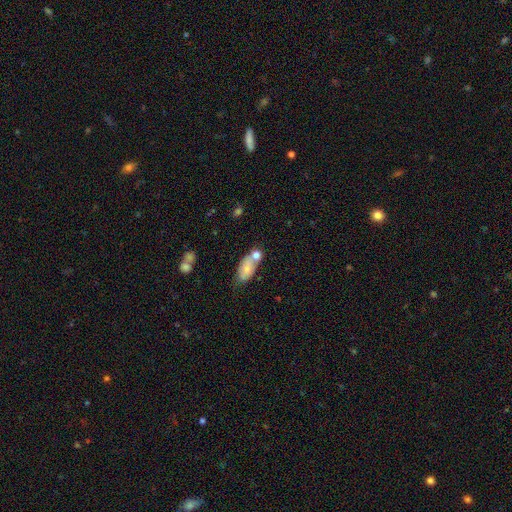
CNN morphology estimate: A smooth galaxy with no disk features (74%) that is in between round and cigar-shaped (76%).

Vote fractions:
- Smooth or featured? smooth: 74% / featured or disk: 18% / star or artifact: 9%
- How rounded? in between: 76% / round: 14% / cigar-shaped: 10%
- Merging? merger: 40% / none: 37% / minor disturbance: 16% / major disturbance: 7%